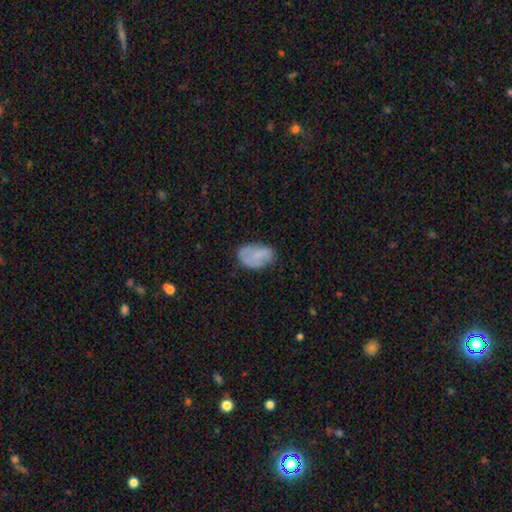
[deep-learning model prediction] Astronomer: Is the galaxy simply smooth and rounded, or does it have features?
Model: smooth — 71%.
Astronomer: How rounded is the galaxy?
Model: in between — 91%.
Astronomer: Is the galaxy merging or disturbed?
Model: none — 62%.